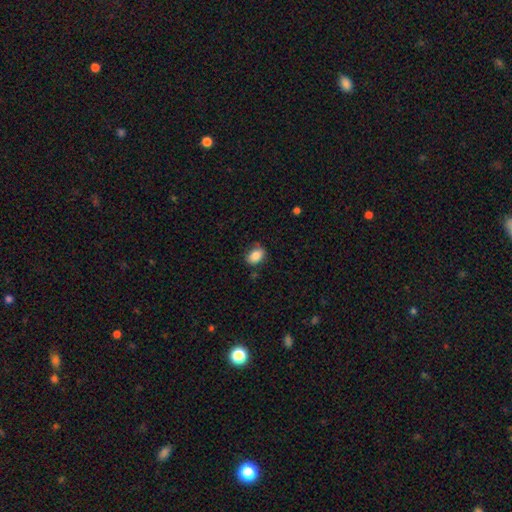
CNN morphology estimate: Overall: smooth (86%). How rounded: in between (79%). Merging: none (76%).